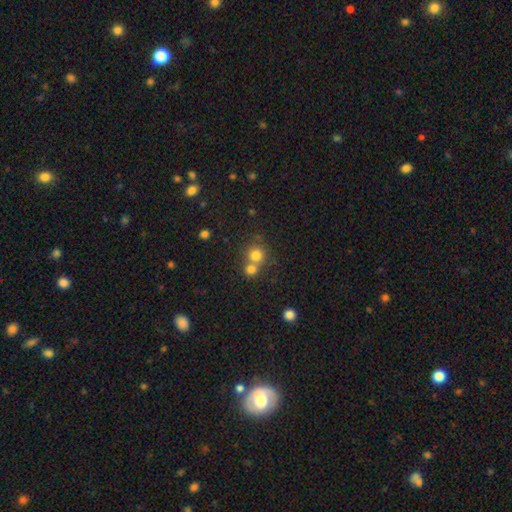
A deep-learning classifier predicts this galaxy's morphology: The model was most divided on "merging": none: 49%, merger: 42%, minor disturbance: 6%, major disturbance: 3%. More confident: how rounded — round (89%); smooth or featured — smooth (78%).